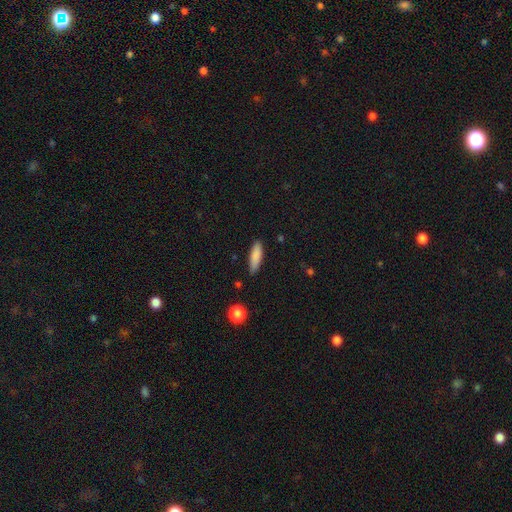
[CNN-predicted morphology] Smooth or featured? Predicted: smooth (p=0.84). How rounded? Predicted: cigar-shaped (p=0.58). Merging? Predicted: none (p=0.82).